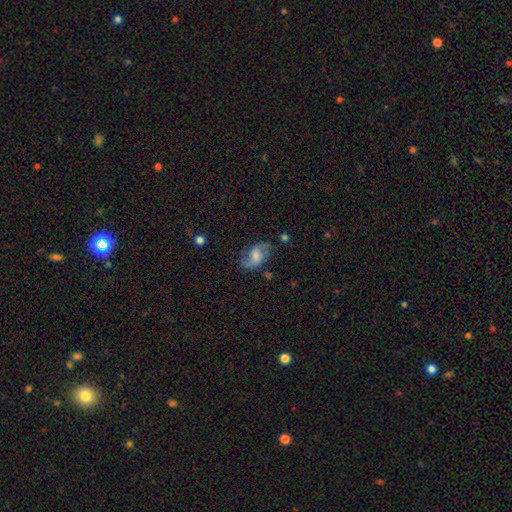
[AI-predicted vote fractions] featured or disk 55%, smooth 37%, star or artifact 8%. Down the decision tree: edge-on disk — no (95%); bar — no (48%); spiral arms — yes (84%); bulge size — moderate (40%); merging — none (63%).